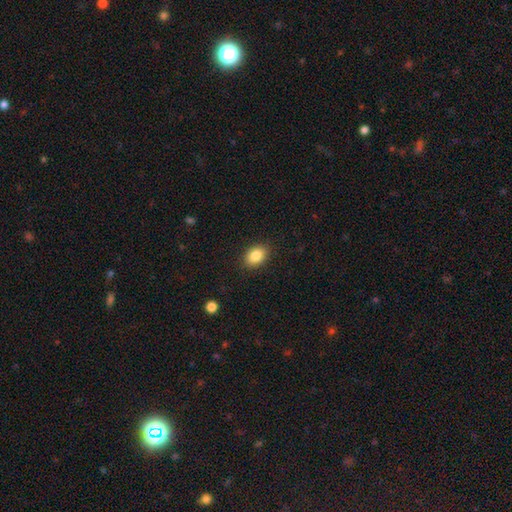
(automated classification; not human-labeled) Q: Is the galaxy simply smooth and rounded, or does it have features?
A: smooth — 86%.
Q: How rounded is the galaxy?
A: in between — 79%.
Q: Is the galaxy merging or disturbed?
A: none — 88%.